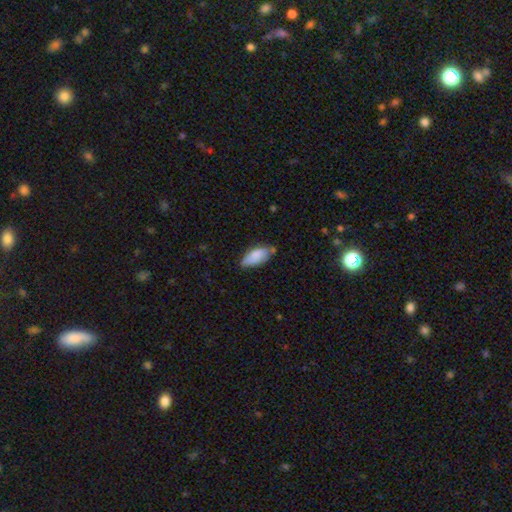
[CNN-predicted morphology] Overall: smooth (79%). How rounded: in between (82%). Merging: none (58%; minor disturbance 32%).